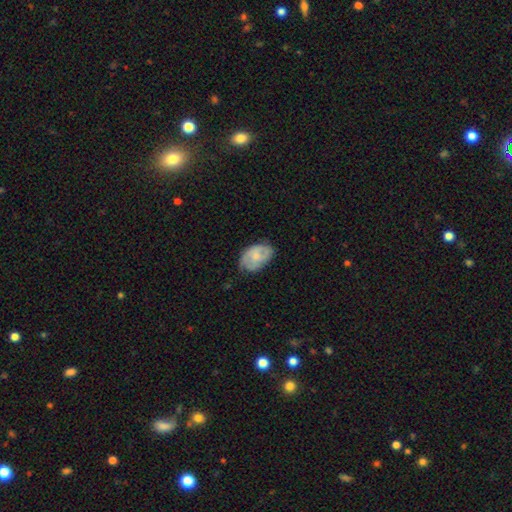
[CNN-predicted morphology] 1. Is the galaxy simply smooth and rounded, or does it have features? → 48% smooth, 46% featured or disk, 6% star or artifact.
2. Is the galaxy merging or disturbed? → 64% none, 27% minor disturbance, 7% major disturbance, 1% merger.